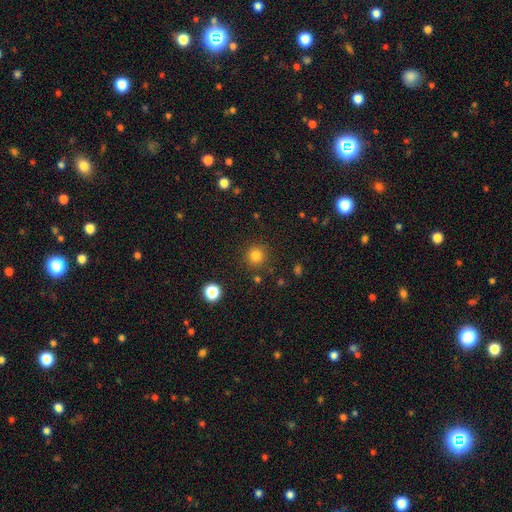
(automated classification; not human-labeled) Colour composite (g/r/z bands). It shows a smooth galaxy with no disk features (82%) that is round (94%). Merging: none (87%).